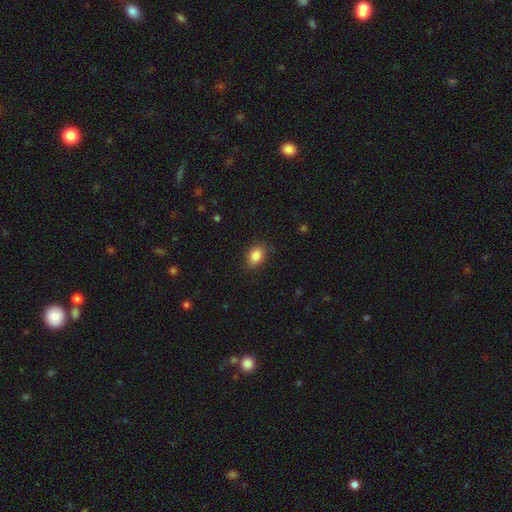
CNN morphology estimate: Smooth or featured? Predicted: smooth (p=0.86). How rounded? Predicted: in between (p=0.75). Merging? Predicted: none (p=0.83).